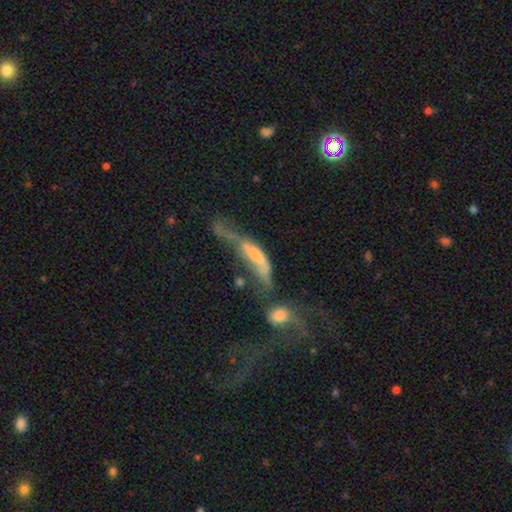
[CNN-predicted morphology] Smooth or featured? featured or disk (49%)
Merging? merger (41%)